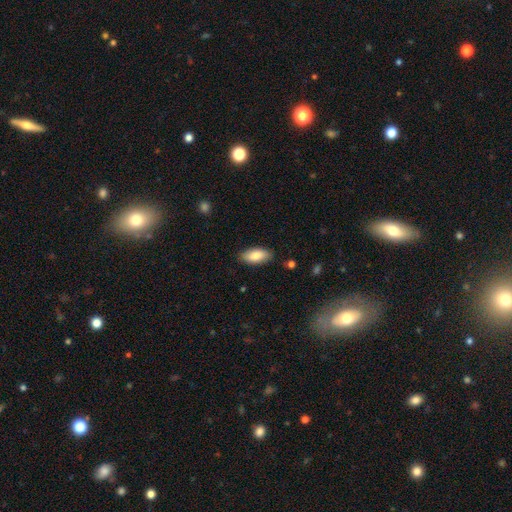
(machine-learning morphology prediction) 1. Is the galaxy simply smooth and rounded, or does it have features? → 85% smooth, 9% featured or disk, 6% star or artifact.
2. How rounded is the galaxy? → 89% in between, 9% cigar-shaped, 2% round.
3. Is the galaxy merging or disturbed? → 85% none, 11% minor disturbance, 2% major disturbance, 1% merger.